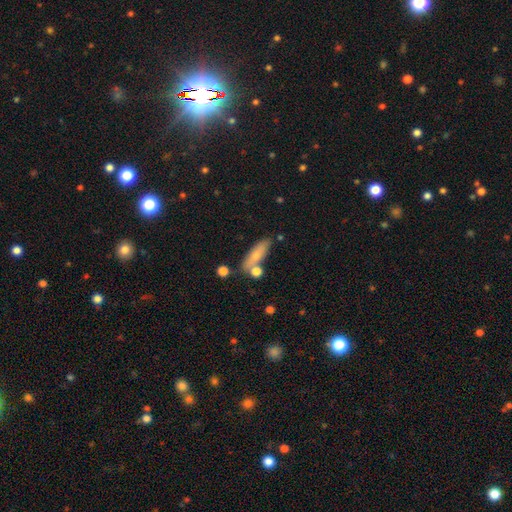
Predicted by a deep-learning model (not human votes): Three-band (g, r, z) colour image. It shows a smooth galaxy with no disk features (76%) that is cigar-shaped (51%). Merging: none (67%).